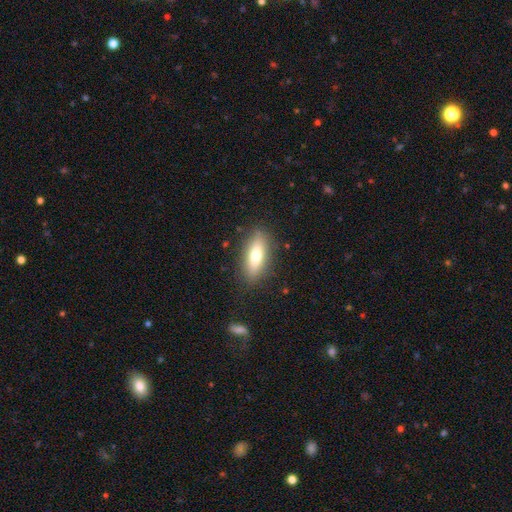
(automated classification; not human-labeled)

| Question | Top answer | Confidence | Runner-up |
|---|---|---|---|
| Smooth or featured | smooth | 72% | featured or disk (21%) |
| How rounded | in between | 67% | cigar-shaped (30%) |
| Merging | none | 85% | minor disturbance (11%) |